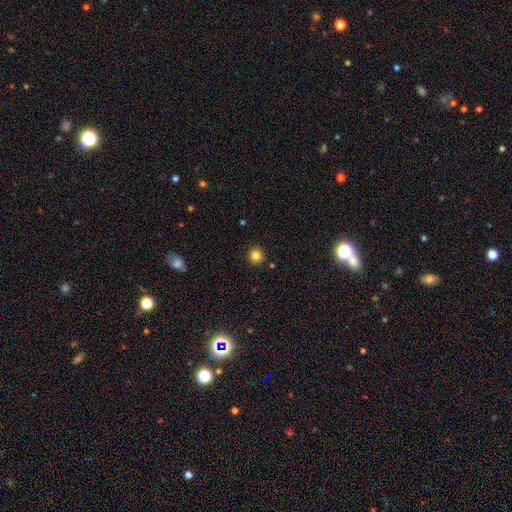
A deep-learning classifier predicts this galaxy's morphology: This is clearly a smooth galaxy (82%). How rounded: clearly round (92%). Merging: clearly none (91%).